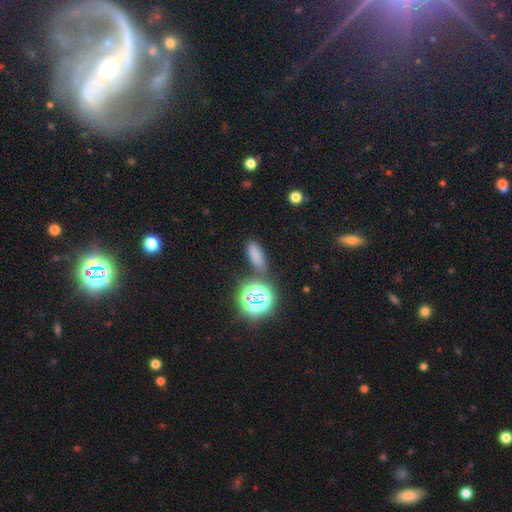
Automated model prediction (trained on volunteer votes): A smooth galaxy with no disk features (68%) that is in between round and cigar-shaped (68%).

Vote fractions:
- Smooth or featured? smooth: 68% / star or artifact: 26% / featured or disk: 7%
- How rounded? in between: 68% / cigar-shaped: 23% / round: 9%
- Merging? none: 77% / minor disturbance: 11% / merger: 8% / major disturbance: 4%